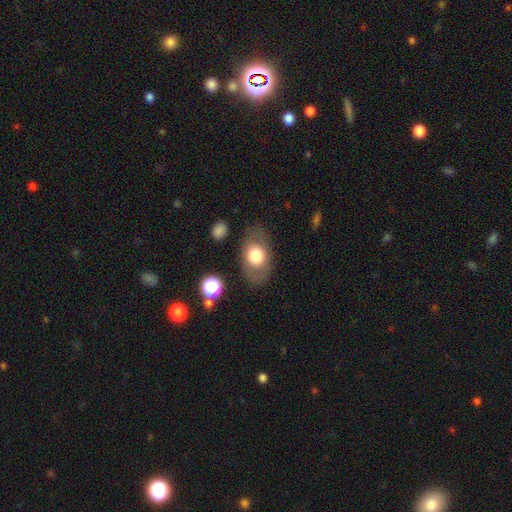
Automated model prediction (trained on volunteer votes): This appears to be a smooth galaxy with no disk features (69%) that is in between round and cigar-shaped (78%). Merging: none (76%).